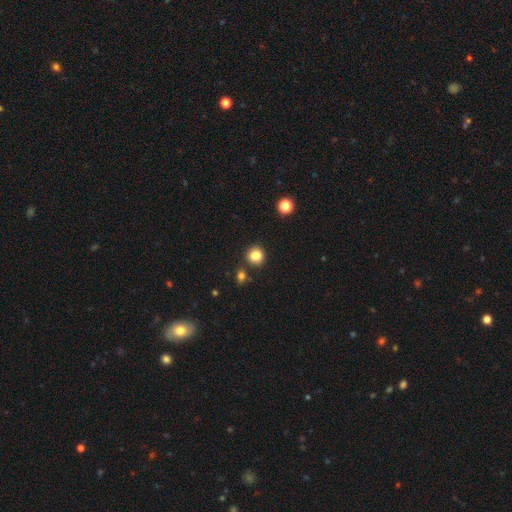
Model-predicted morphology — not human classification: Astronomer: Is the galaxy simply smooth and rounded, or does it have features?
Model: smooth — 85%.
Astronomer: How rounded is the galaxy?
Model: round — 81%.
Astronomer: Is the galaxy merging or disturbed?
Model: none — 79%.